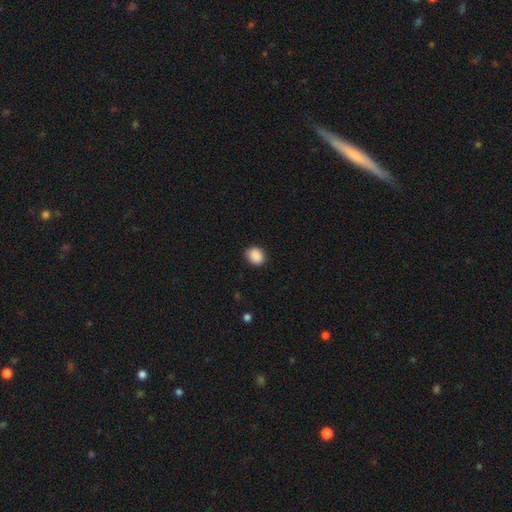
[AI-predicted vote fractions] Q: Smooth or featured?
A: smooth (89%); runner-up: star or artifact (8%)
Q: How rounded?
A: round (58%); runner-up: in between (41%)
Q: Merging?
A: none (87%); runner-up: minor disturbance (9%)